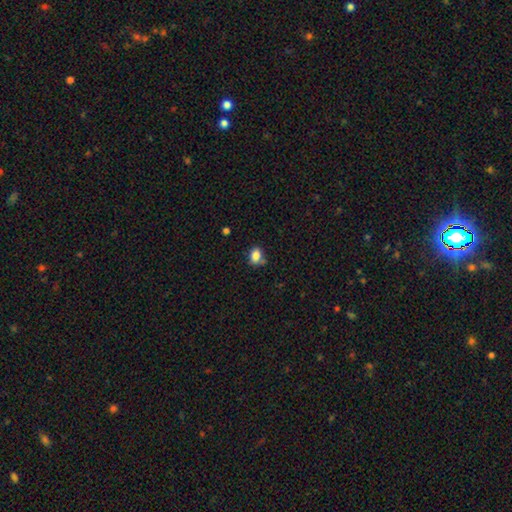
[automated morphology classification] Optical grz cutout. It shows a smooth galaxy with no disk features (84%) that is in between round and cigar-shaped (62%). Merging: none (61%).